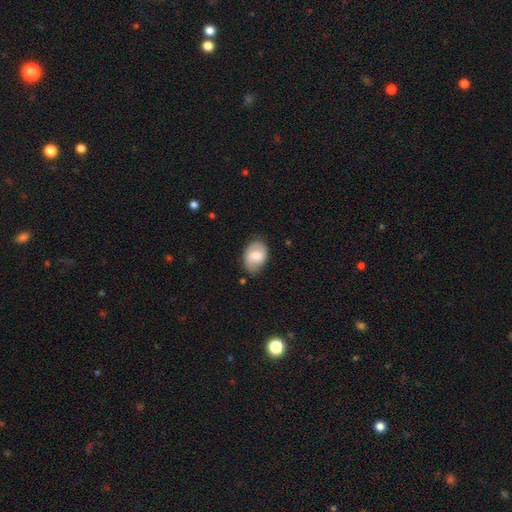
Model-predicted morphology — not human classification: Q: Smooth or featured?
A: smooth (65%); runner-up: featured or disk (28%)
Q: How rounded?
A: in between (80%); runner-up: round (19%)
Q: Merging?
A: none (69%); runner-up: minor disturbance (24%)